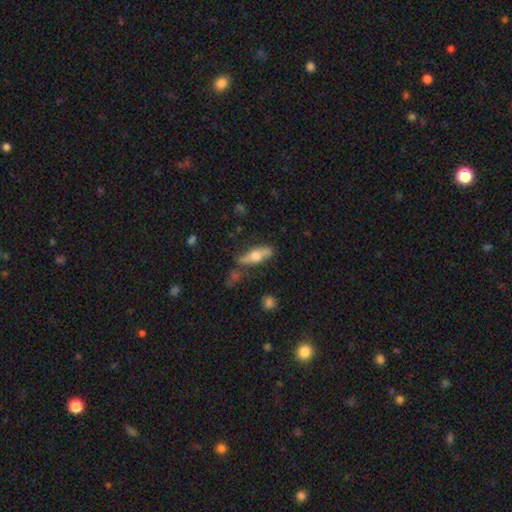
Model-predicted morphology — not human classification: smooth_or_featured: featured or disk (p=0.48) [alt: smooth p=0.45]
merging: none (p=0.69) [alt: minor disturbance p=0.19]